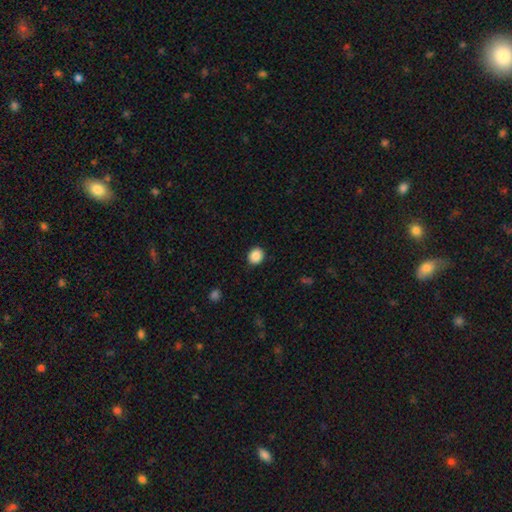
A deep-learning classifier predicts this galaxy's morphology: smooth 88%, star or artifact 9%, featured or disk 3%. Down the decision tree: how rounded — round (71%); merging — none (90%).